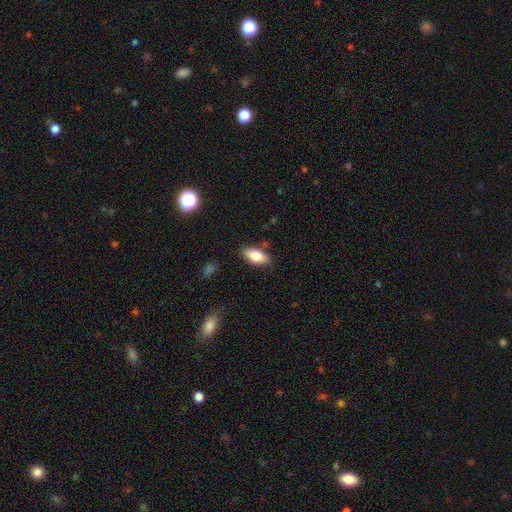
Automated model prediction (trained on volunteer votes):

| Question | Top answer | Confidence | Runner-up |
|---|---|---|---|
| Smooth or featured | smooth | 81% | featured or disk (12%) |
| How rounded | in between | 88% | cigar-shaped (9%) |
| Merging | none | 84% | minor disturbance (12%) |